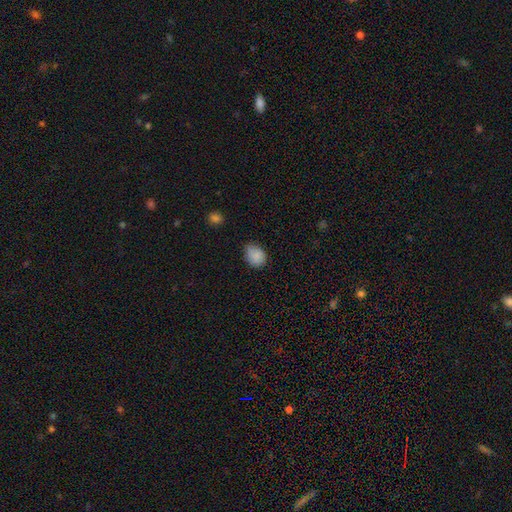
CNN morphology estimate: This appears to be a smooth galaxy with no disk features (84%) that is in between round and cigar-shaped (61%). Merging: none (62%).